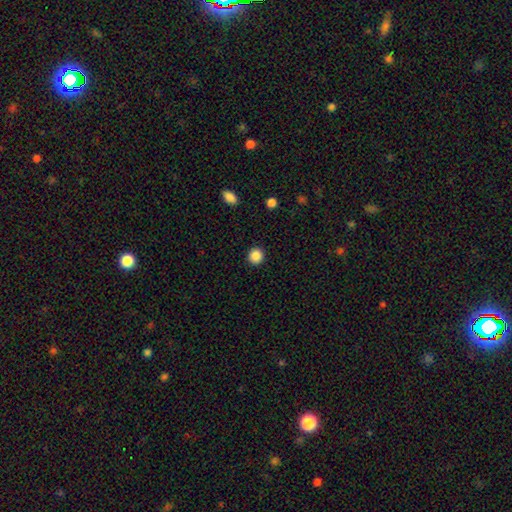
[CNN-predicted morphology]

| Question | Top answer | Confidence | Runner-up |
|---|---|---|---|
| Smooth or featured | smooth | 87% | star or artifact (10%) |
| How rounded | round | 92% | in between (7%) |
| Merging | none | 92% | minor disturbance (5%) |